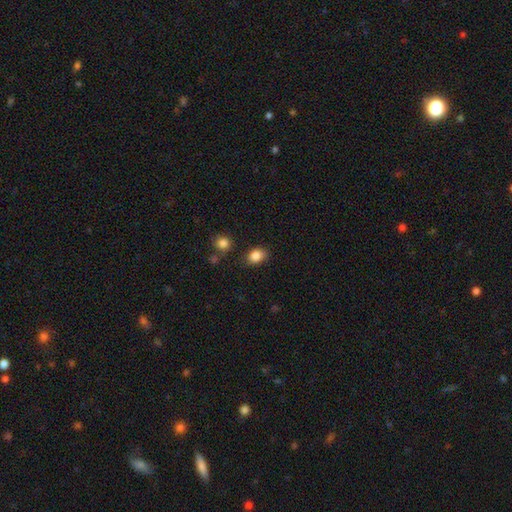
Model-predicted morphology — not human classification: This is clearly a smooth galaxy (86%). How rounded: likely in between (66%). Merging: likely none (78%).